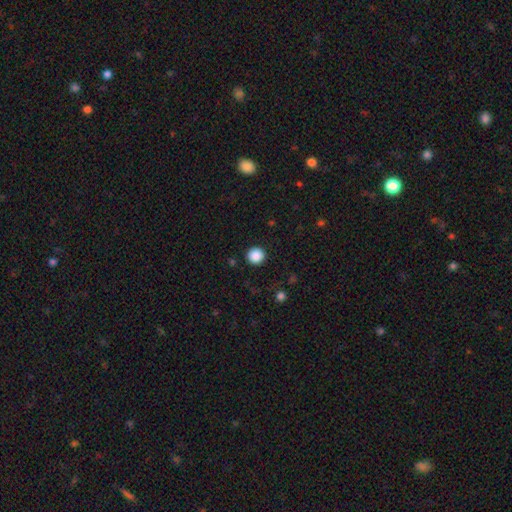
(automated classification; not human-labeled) This appears to be a smooth galaxy with no disk features (88%) that is round (95%). Merging: none (92%).